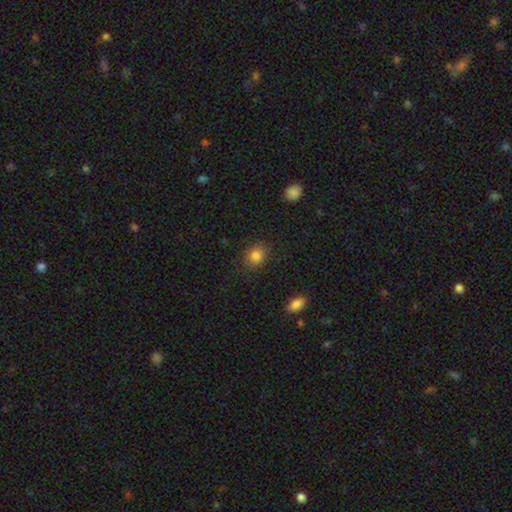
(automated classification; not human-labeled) The model was most divided on "how rounded": round: 55%, in between: 44%, cigar-shaped: 1%. More confident: merging — none (83%); smooth or featured — smooth (83%).